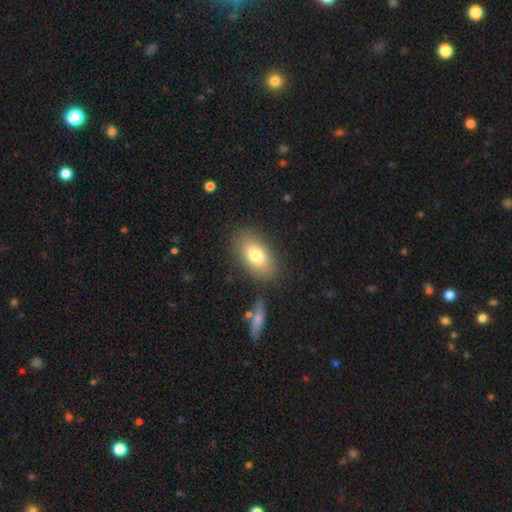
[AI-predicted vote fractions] Smooth or featured?
  - smooth: 76% *
  - featured or disk: 16%
  - star or artifact: 8%
How rounded?
  - in between: 89% *
  - round: 7%
  - cigar-shaped: 4%
Merging?
  - none: 83% *
  - minor disturbance: 11%
  - major disturbance: 4%
  - merger: 3%